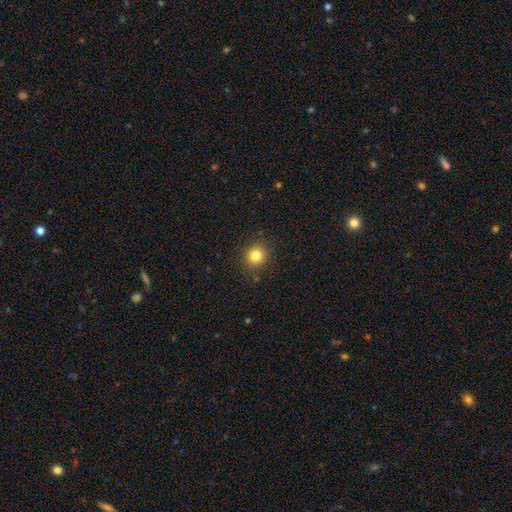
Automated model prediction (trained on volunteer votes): The model was most divided on "smooth or featured": smooth: 81%, star or artifact: 12%, featured or disk: 6%. More confident: merging — none (89%); how rounded — round (86%).